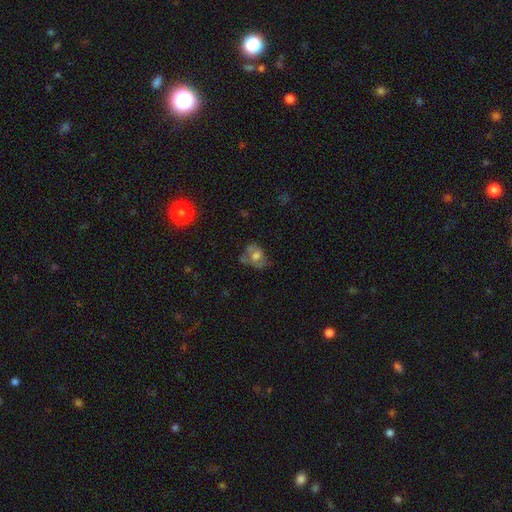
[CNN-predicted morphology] type=smooth (54%); roundness=in between (57%); merging=none (40%).